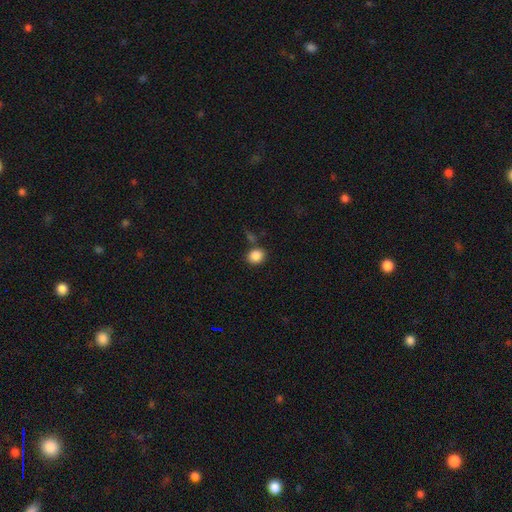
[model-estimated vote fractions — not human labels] Smooth or featured? Predicted: smooth (p=0.87). How rounded? Predicted: round (p=0.66). Merging? Predicted: none (p=0.77).